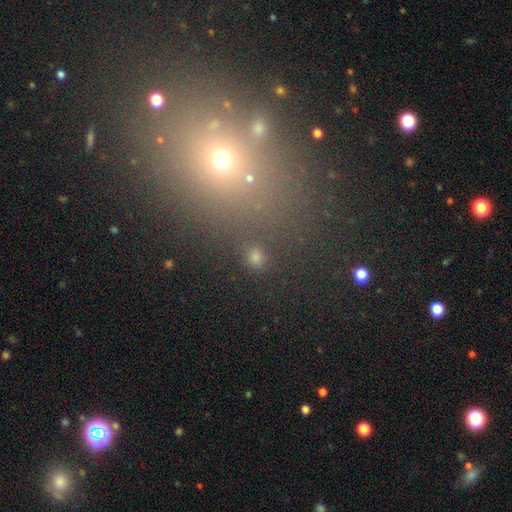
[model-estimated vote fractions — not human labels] Overall: smooth (69%). How rounded: round (78%). Merging: none (82%).